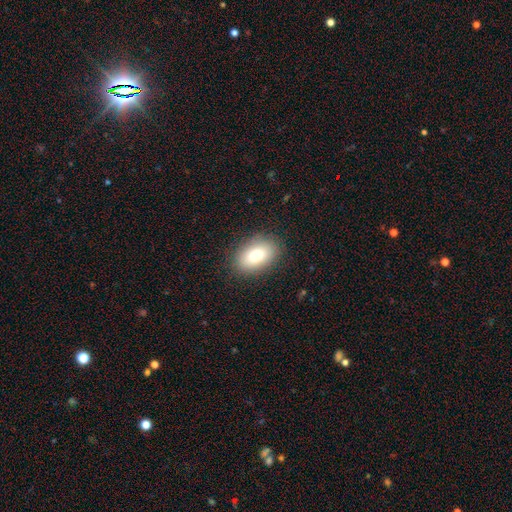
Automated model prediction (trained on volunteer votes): Smooth or featured?
  - smooth: 77% *
  - featured or disk: 14%
  - star or artifact: 9%
How rounded?
  - in between: 85% *
  - round: 14%
  - cigar-shaped: 1%
Merging?
  - none: 86% *
  - minor disturbance: 10%
  - major disturbance: 3%
  - merger: 1%